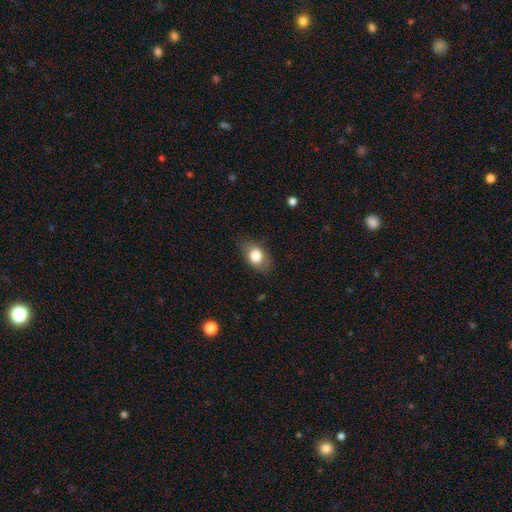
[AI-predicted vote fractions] Q: Smooth or featured?
A: smooth (78%); runner-up: featured or disk (14%)
Q: How rounded?
A: in between (76%); runner-up: round (22%)
Q: Merging?
A: none (76%); runner-up: minor disturbance (17%)